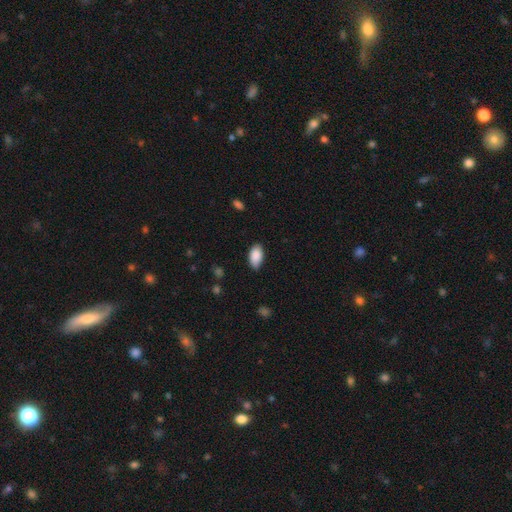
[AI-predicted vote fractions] Smooth or featured?
  - smooth: 89% *
  - star or artifact: 7%
  - featured or disk: 5%
How rounded?
  - in between: 94% *
  - round: 3%
  - cigar-shaped: 2%
Merging?
  - none: 79% *
  - minor disturbance: 17%
  - major disturbance: 3%
  - merger: 1%